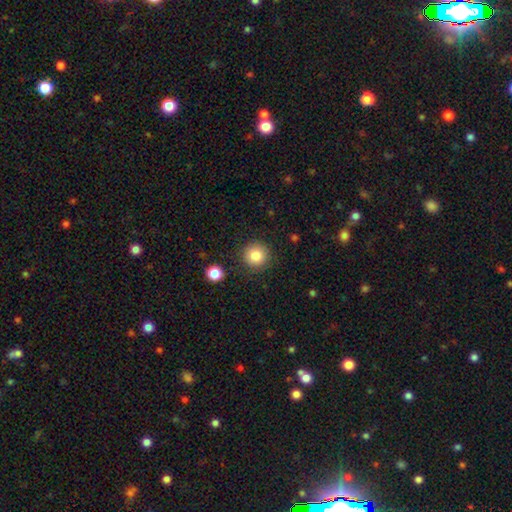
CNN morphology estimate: This appears to be a smooth galaxy with no disk features (85%) that is round (95%). Merging: none (87%).